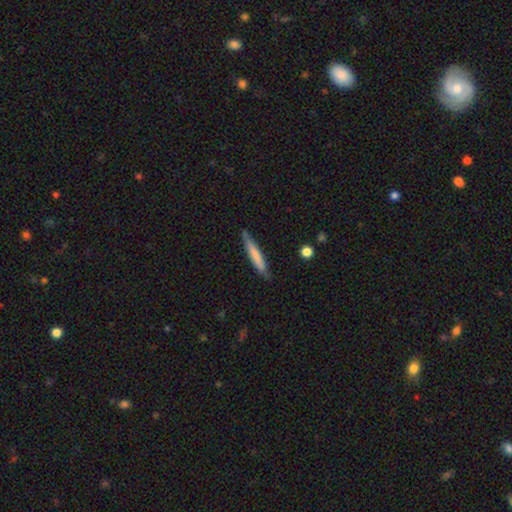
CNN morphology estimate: smooth 71%, featured or disk 24%, star or artifact 5%. Down the decision tree: how rounded — cigar-shaped (93%); merging — none (80%).